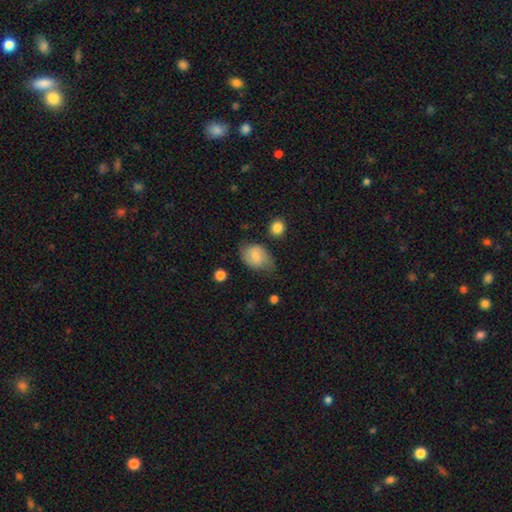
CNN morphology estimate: smooth-or-featured: smooth: 63% | featured or disk: 30% | star or artifact: 7%
  how-rounded: in between: 73% | round: 26% | cigar-shaped: 1%
  merging: none: 57% | minor disturbance: 30% | major disturbance: 10% | merger: 3%